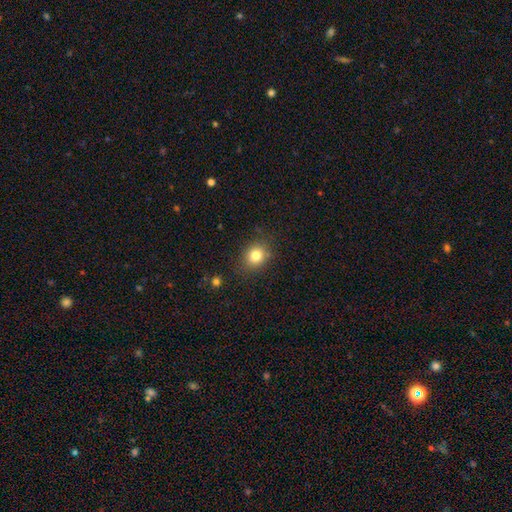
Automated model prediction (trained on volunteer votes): This is clearly a smooth galaxy (80%). How rounded: likely round (67%). Merging: clearly none (84%).